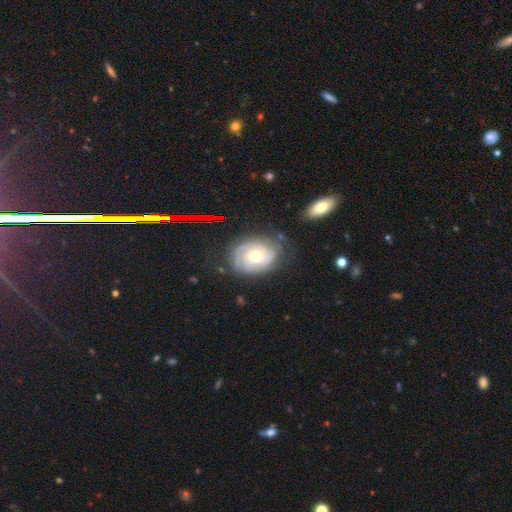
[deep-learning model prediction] Smooth or featured? featured or disk (82%)
Edge-on disk? no (97%)
Bar? no (73%)
Spiral arms? yes (95%)
Spiral winding? tight (76%)
Spiral arm count? can't tell (30%, tied with 2)
Bulge size? moderate (67%)
Merging? none (72%)